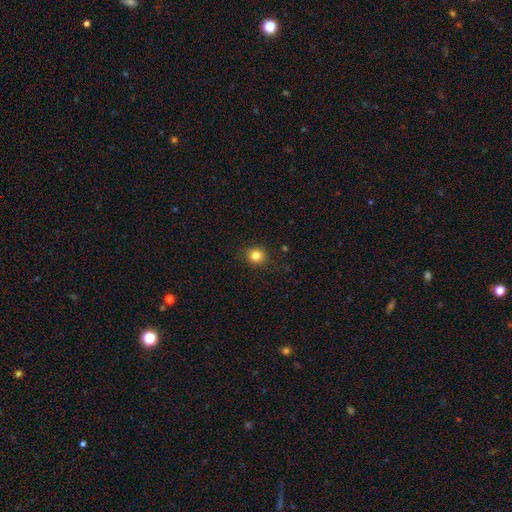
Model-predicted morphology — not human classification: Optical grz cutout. It shows a smooth galaxy with no disk features (82%) that is round (88%). Merging: none (90%).